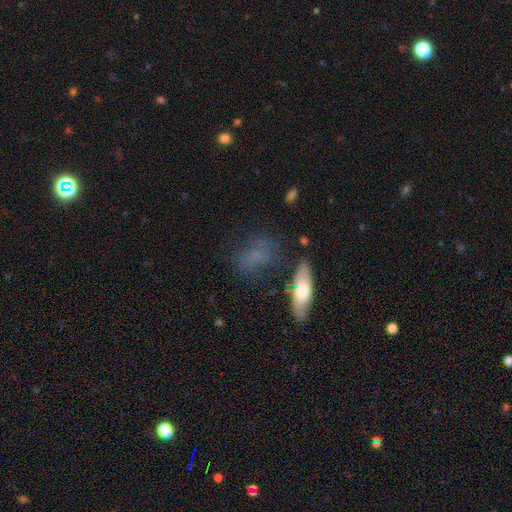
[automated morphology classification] This appears to be a smooth galaxy with no disk features (64%) that is in between round and cigar-shaped (66%). Merging: none (59%).